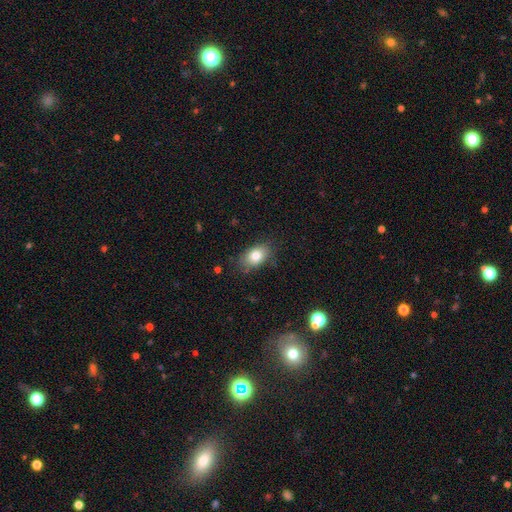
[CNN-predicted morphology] smooth_or_featured: smooth (p=0.80) [alt: featured or disk p=0.11]
how_rounded: in between (p=0.85) [alt: round p=0.13]
merging: none (p=0.80) [alt: minor disturbance p=0.15]